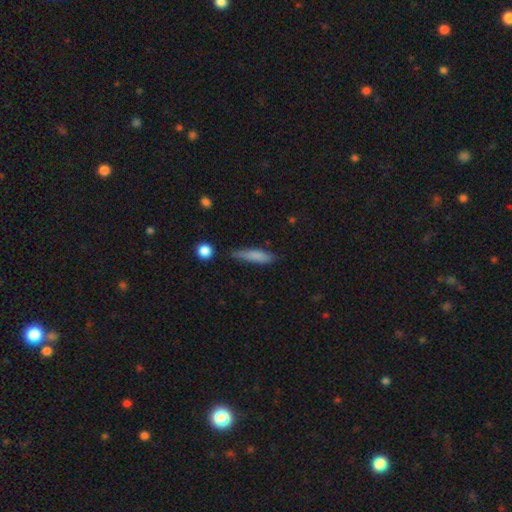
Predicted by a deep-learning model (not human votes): This appears to be a smooth galaxy with no disk features (79%) that is cigar-shaped (79%). Merging: none (70%).